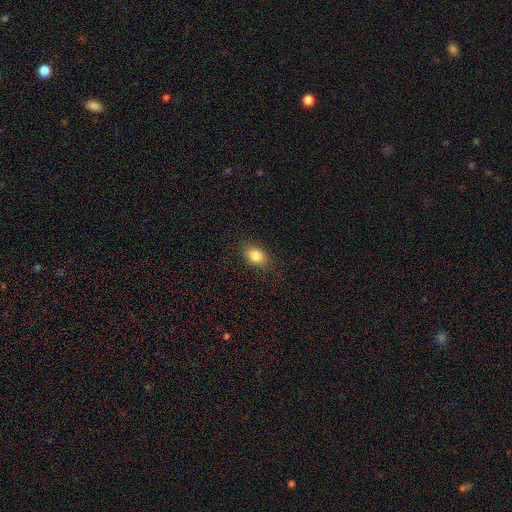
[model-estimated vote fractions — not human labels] Morphology: type=smooth (82%); roundness=in between (77%); merging=none (85%).